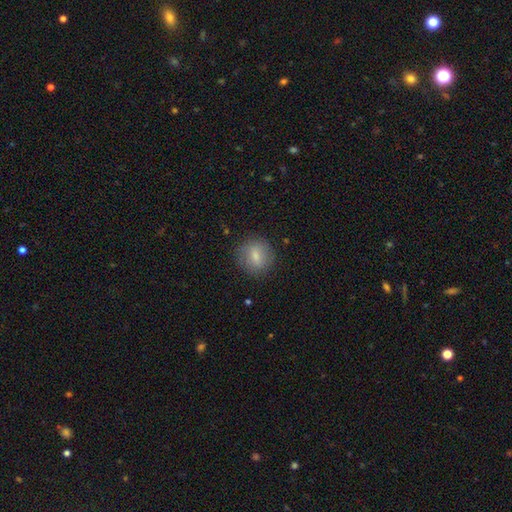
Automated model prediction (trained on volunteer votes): A smooth galaxy with no disk features (75%) that is round (81%). Merging: none (82%).